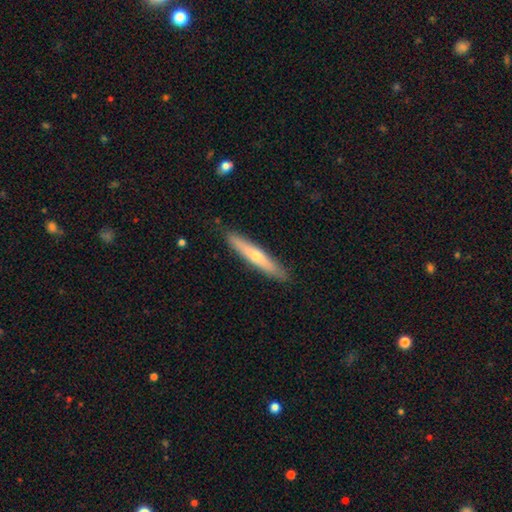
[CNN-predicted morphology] A smooth galaxy with no disk features (49%).

Vote fractions:
- Smooth or featured? smooth: 49% / featured or disk: 45% / star or artifact: 6%
- Merging? none: 89% / minor disturbance: 8% / major disturbance: 2% / merger: 1%